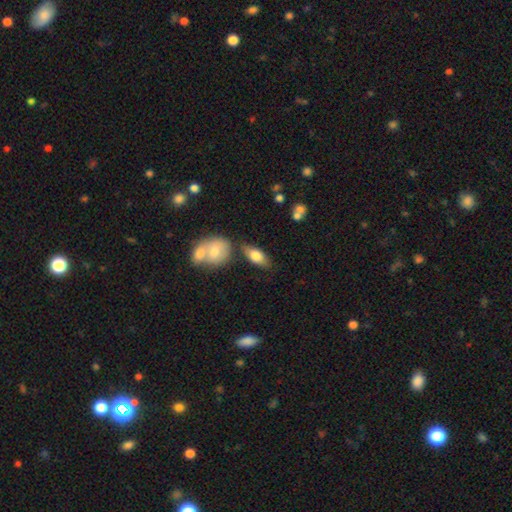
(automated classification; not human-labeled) Smooth or featured? Predicted: smooth (p=0.73). How rounded? Predicted: in between (p=0.84). Merging? Predicted: none (p=0.68).